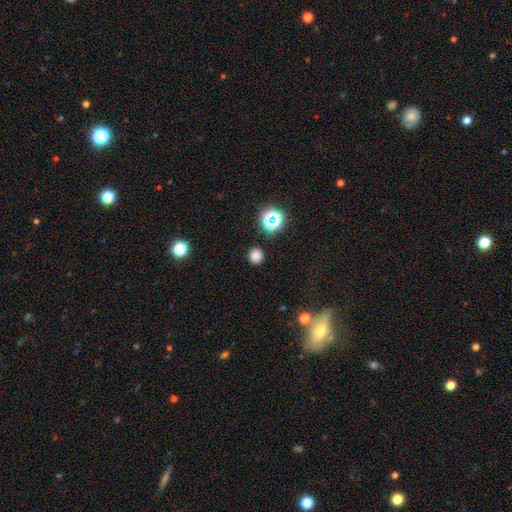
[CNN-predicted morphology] Smooth or featured? Predicted: smooth (p=0.78). How rounded? Predicted: round (p=0.92). Merging? Predicted: none (p=0.90).